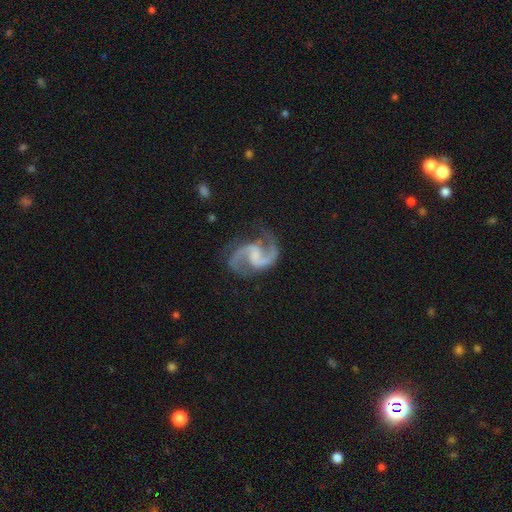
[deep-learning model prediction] Smooth or featured?
  - featured or disk: 94% *
  - star or artifact: 4%
  - smooth: 3%
Edge-on disk?
  - no: 98% *
  - yes: 2%
Bar?
  - weak: 48% *
  - no: 36%
  - strong: 16%
Spiral arms?
  - yes: 98% *
  - no: 2%
Spiral winding?
  - medium: 63% *
  - loose: 27%
  - tight: 11%
Spiral arm count?
  - 2: 94% *
  - can't tell: 1%
  - 3: 1%
  - 1: 1%
  - 4: 1%
  - more than 4: 1%
Bulge size?
  - none: 48% *
  - small: 29%
  - moderate: 19%
  - large: 4%
  - dominant: 1%
Merging?
  - none: 77% *
  - minor disturbance: 15%
  - major disturbance: 6%
  - merger: 2%